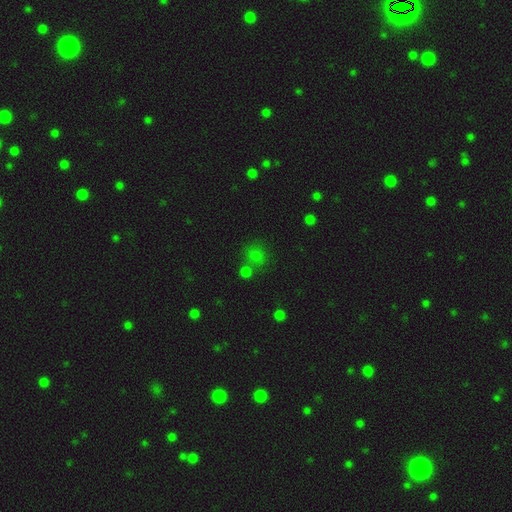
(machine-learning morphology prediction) This appears to be a smooth galaxy with no disk features (68%) that is round (77%). Merging: none (62%).